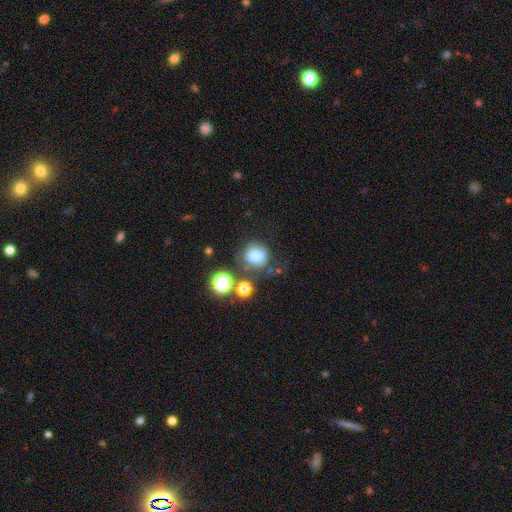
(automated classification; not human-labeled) Smooth or featured: smooth — 75% (star or artifact — 14%)
How rounded: round — 83% (in between — 16%)
Merging: none — 64% (minor disturbance — 17%)